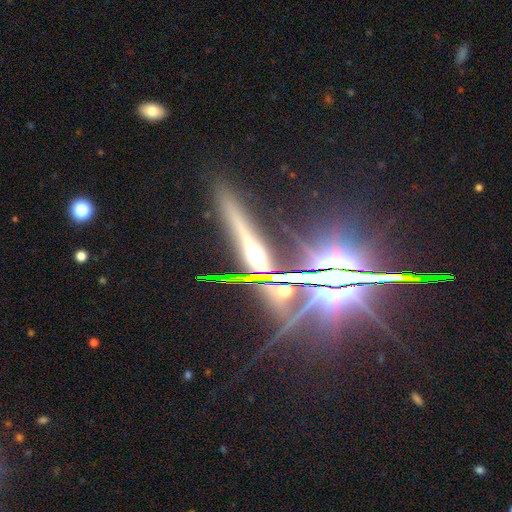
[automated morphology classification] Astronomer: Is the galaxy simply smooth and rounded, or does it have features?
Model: featured or disk — 52% (runner-up: star or artifact, 31%).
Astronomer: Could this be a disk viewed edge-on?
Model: yes — 90%.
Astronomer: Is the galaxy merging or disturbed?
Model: none — 83%.